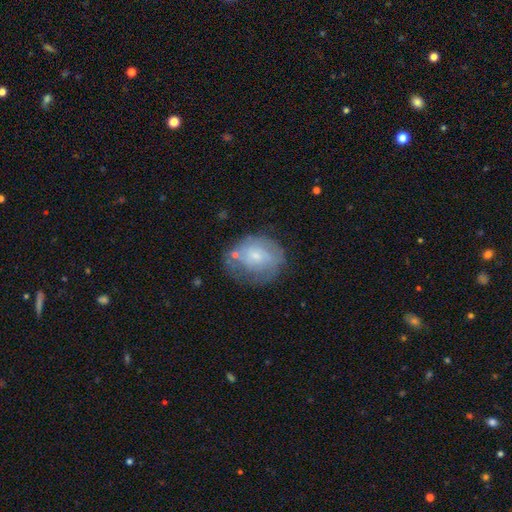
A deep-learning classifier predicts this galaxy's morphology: This appears to be a featured or disk galaxy (47%). Merging: none (54%).